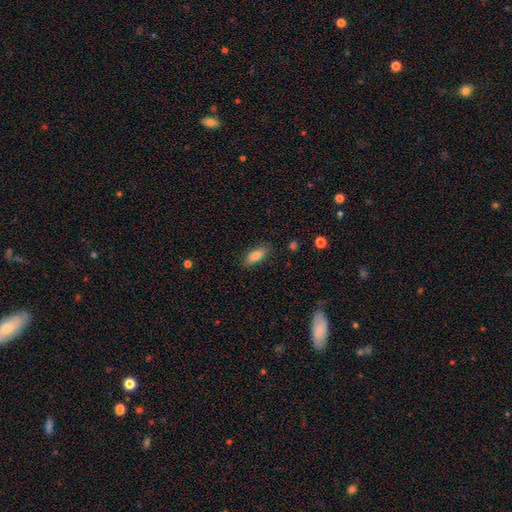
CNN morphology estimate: Smooth or featured? smooth (83%)
How rounded? in between (77%)
Merging? none (85%)